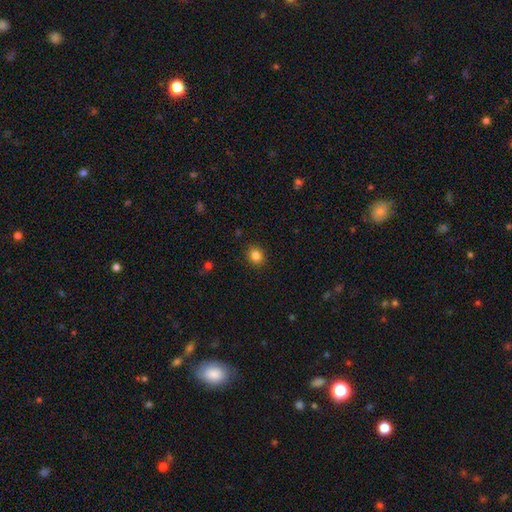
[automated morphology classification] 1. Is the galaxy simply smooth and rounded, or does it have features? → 84% smooth, 11% star or artifact, 5% featured or disk.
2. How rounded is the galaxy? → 70% round, 29% in between, 1% cigar-shaped.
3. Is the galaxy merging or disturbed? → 89% none, 7% minor disturbance, 2% major disturbance, 1% merger.